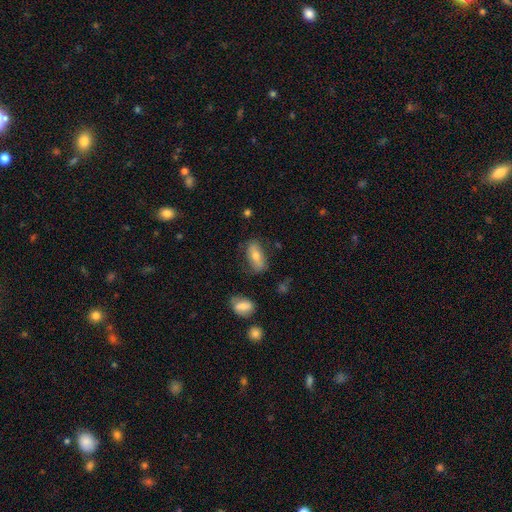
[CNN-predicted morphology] Overall: smooth (65%; featured or disk 27%). How rounded: in between (81%). Merging: none (71%).